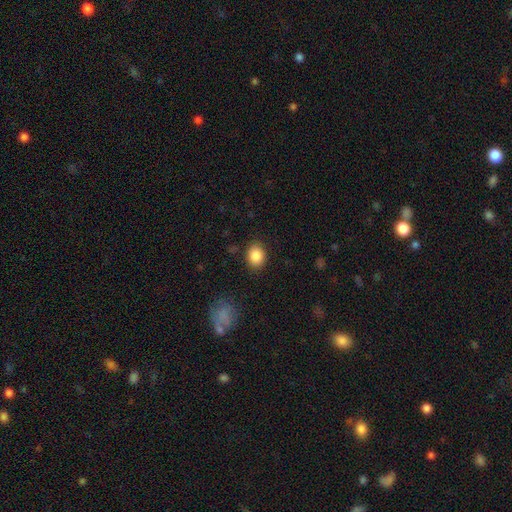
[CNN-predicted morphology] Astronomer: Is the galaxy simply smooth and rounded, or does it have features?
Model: smooth — 87%.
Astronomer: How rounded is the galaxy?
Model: in between — 54% (runner-up: round, 45%).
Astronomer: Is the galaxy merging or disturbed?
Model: none — 85%.